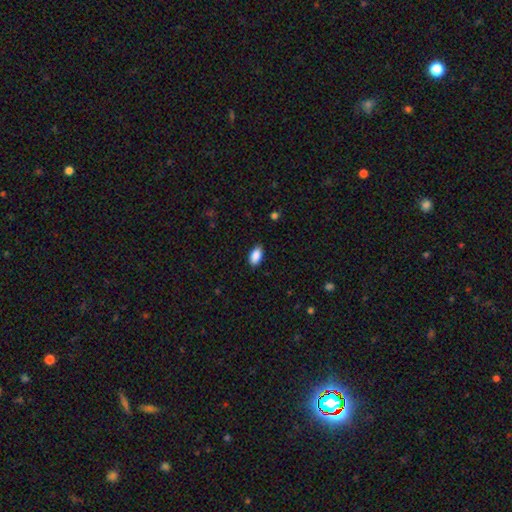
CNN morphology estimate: The model was most divided on "merging": none: 87%, minor disturbance: 10%, major disturbance: 2%, merger: 1%. More confident: how rounded — in between (94%); smooth or featured — smooth (90%).